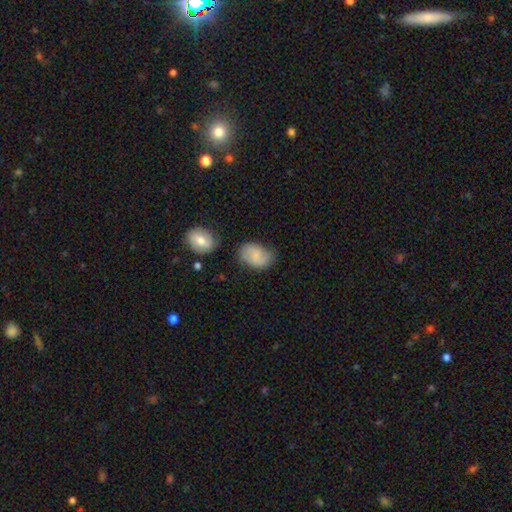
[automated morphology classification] Overall: smooth (65%; featured or disk 26%). How rounded: in between (82%). Merging: none (65%).